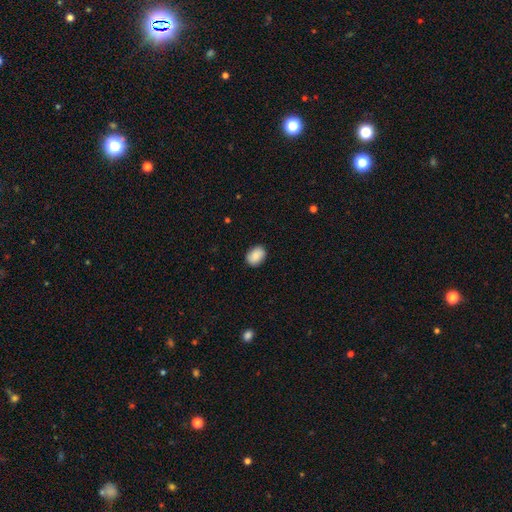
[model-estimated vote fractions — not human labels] Overall: smooth (88%). How rounded: in between (74%). Merging: none (88%).